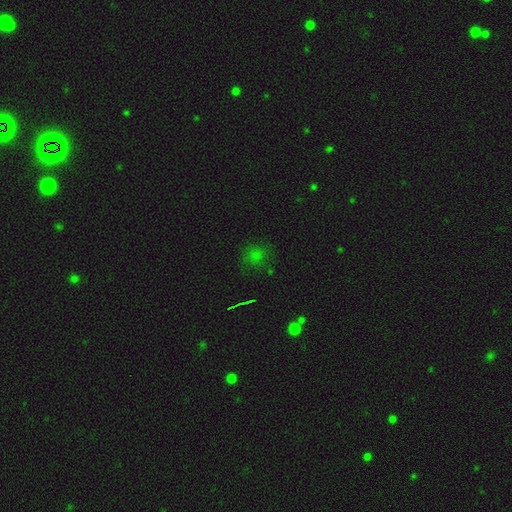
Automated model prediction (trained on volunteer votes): This appears to be a smooth galaxy with no disk features (61%) that is round (82%). Merging: none (76%).